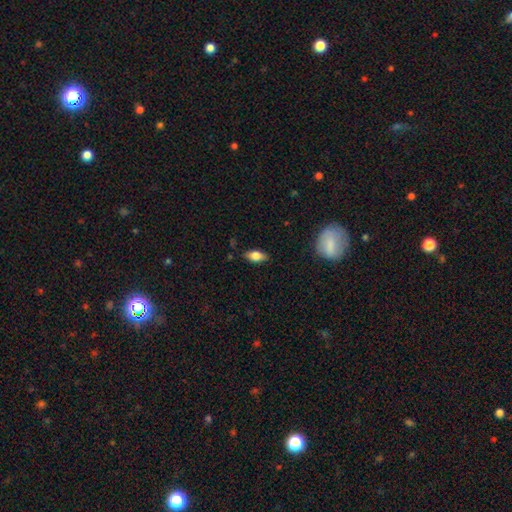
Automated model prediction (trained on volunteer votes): Q: Smooth or featured?
A: smooth (72%); runner-up: featured or disk (20%)
Q: How rounded?
A: in between (85%); runner-up: cigar-shaped (10%)
Q: Merging?
A: none (82%); runner-up: minor disturbance (13%)